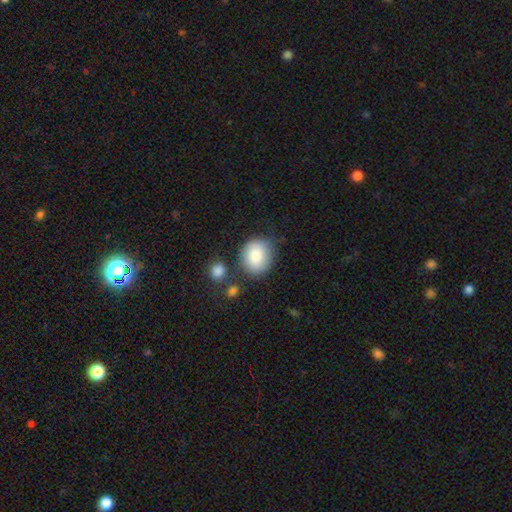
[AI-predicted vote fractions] A smooth galaxy with no disk features (86%) that is round (65%).

Vote fractions:
- Smooth or featured? smooth: 86% / featured or disk: 8% / star or artifact: 7%
- How rounded? round: 65% / in between: 34% / cigar-shaped: 1%
- Merging? none: 70% / minor disturbance: 16% / merger: 8% / major disturbance: 5%